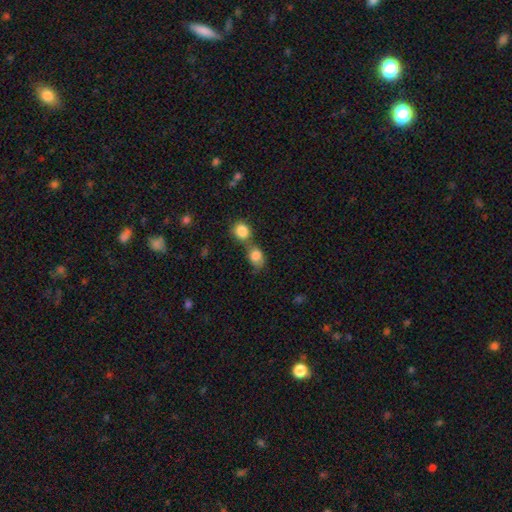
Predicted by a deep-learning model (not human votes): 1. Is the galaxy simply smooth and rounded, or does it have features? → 83% smooth, 9% star or artifact, 8% featured or disk.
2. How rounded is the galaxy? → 53% in between, 45% round, 2% cigar-shaped.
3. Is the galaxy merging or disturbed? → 59% merger, 27% none, 10% minor disturbance, 5% major disturbance.